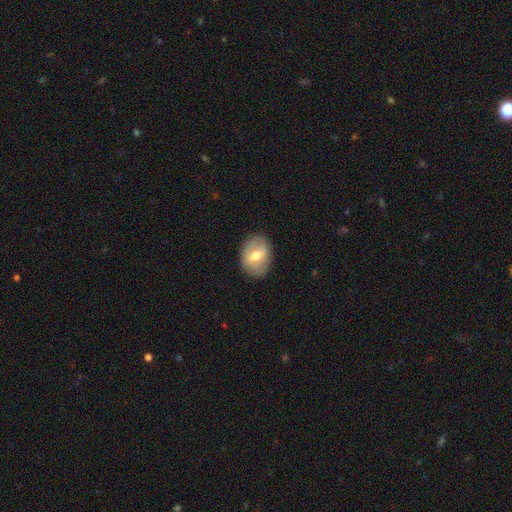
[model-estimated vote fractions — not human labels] This appears to be a smooth galaxy with no disk features (49%). Merging: none (82%).